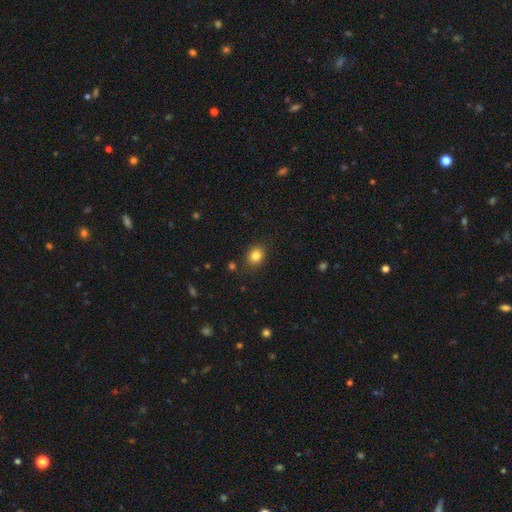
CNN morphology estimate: Overall: smooth (83%). How rounded: round (60%; in between 39%). Merging: none (85%).